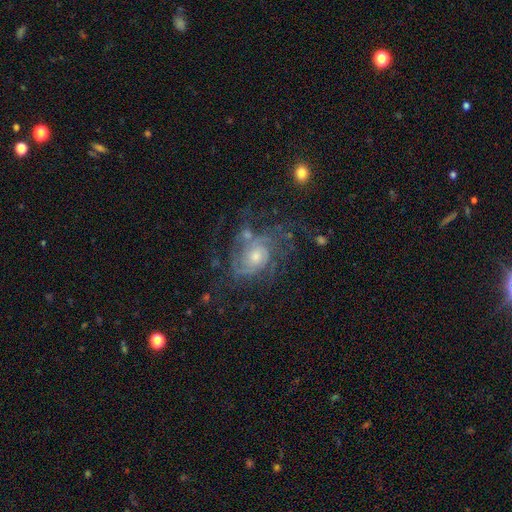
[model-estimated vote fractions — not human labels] Smooth or featured: featured or disk — 84% (smooth — 9%)
Edge-on disk: no — 97% (yes — 3%)
Bar: no — 74% (weak — 22%)
Spiral arms: yes — 93% (no — 7%)
Spiral winding: tight — 55% (medium — 35%)
Spiral arm count: can't tell — 35% (2 — 23%)
Bulge size: moderate — 57% (small — 34%)
Merging: none — 55% (major disturbance — 20%)